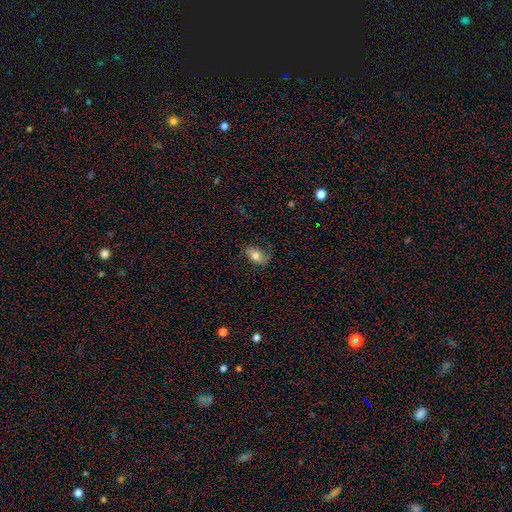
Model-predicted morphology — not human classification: Smooth or featured? smooth (67%)
How rounded? in between (88%)
Merging? none (66%)